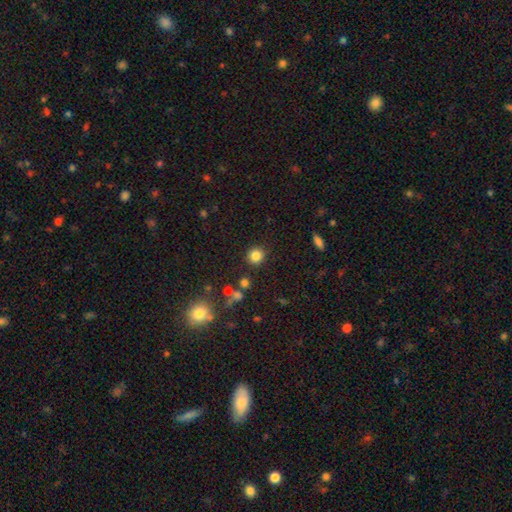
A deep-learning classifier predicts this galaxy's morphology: This appears to be a smooth galaxy with no disk features (83%) that is round (91%). Merging: none (88%).